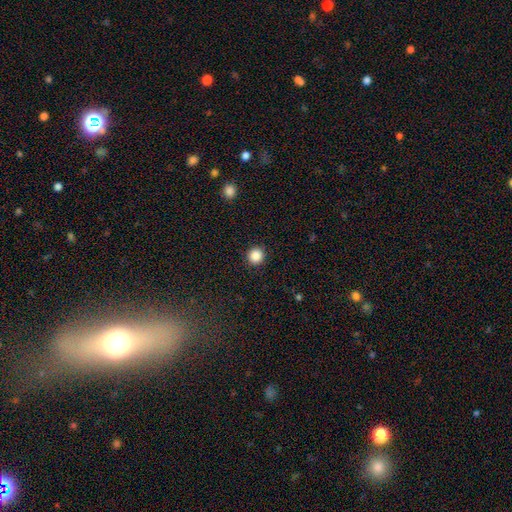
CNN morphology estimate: This is clearly a smooth galaxy (87%). How rounded: clearly round (94%). Merging: clearly none (93%).